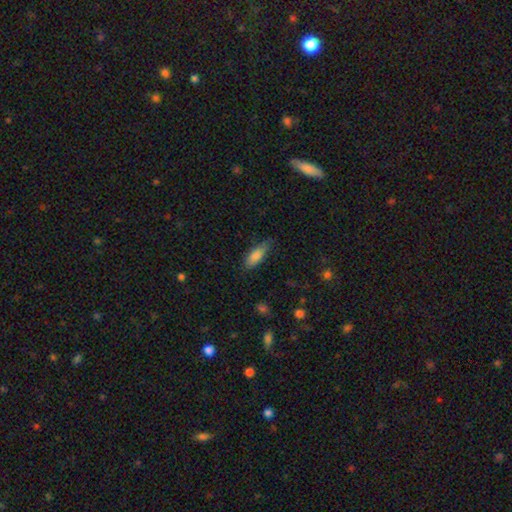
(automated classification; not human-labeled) Morphology: type=smooth (83%); roundness=in between (71%); merging=none (64%).